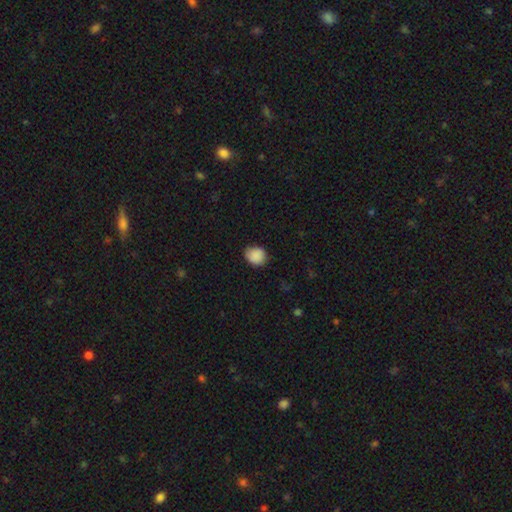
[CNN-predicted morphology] type=smooth (88%); roundness=round (66%); merging=none (76%).